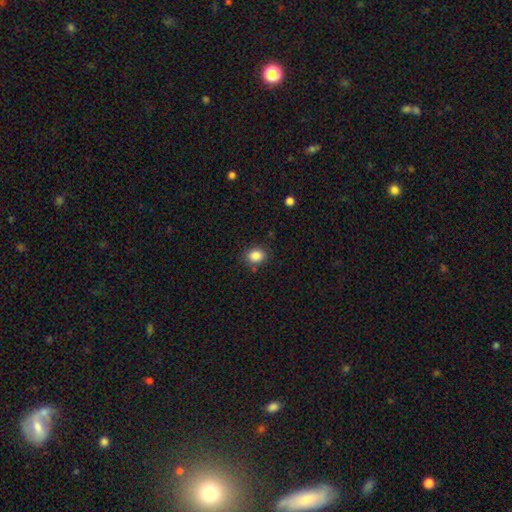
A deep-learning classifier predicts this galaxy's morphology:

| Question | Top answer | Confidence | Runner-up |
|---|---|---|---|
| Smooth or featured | smooth | 86% | star or artifact (10%) |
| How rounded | round | 53% | in between (46%) |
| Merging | none | 82% | minor disturbance (12%) |